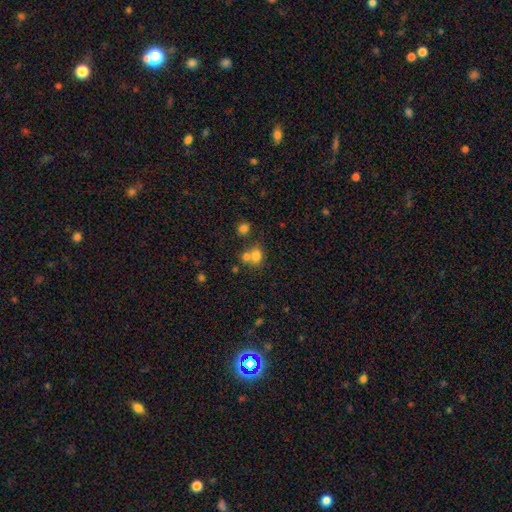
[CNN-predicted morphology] Smooth or featured? Predicted: smooth (p=0.74). How rounded? Predicted: round (p=0.53). Merging? Predicted: merger (p=0.47).